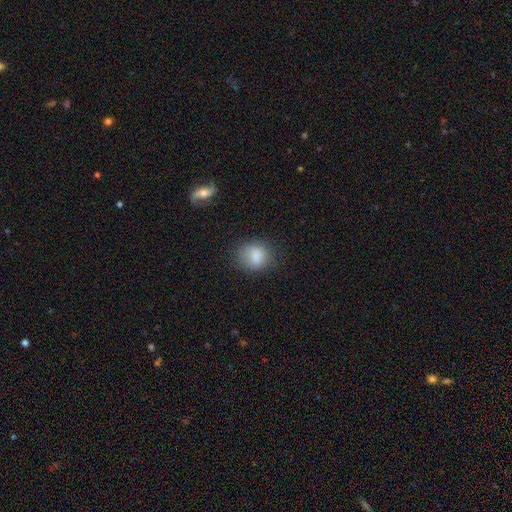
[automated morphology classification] A smooth galaxy with no disk features (83%) that is round (56%).

Vote fractions:
- Smooth or featured? smooth: 83% / star or artifact: 10% / featured or disk: 8%
- How rounded? round: 56% / in between: 43% / cigar-shaped: 1%
- Merging? none: 73% / minor disturbance: 19% / major disturbance: 7% / merger: 2%